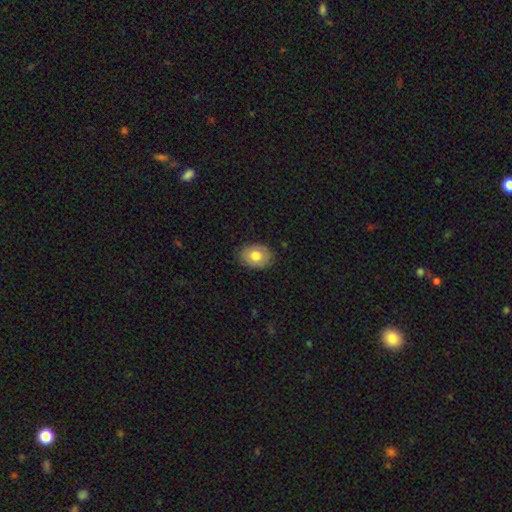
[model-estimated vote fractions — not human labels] Q: Smooth or featured?
A: smooth (76%); runner-up: featured or disk (17%)
Q: How rounded?
A: in between (69%); runner-up: round (31%)
Q: Merging?
A: none (85%); runner-up: minor disturbance (12%)